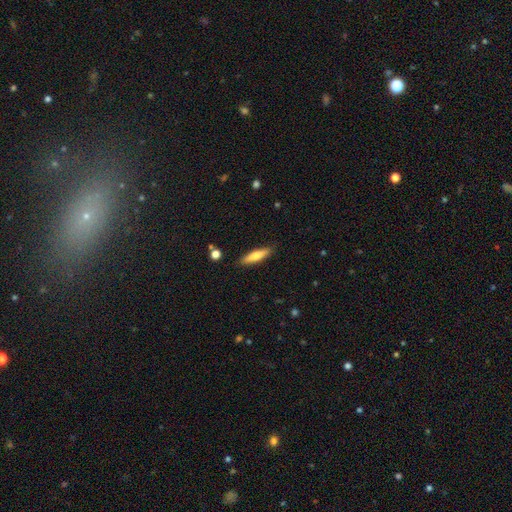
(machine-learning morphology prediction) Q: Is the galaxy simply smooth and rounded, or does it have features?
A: smooth — 69%.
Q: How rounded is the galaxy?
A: cigar-shaped — 74%.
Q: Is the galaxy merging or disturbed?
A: none — 87%.